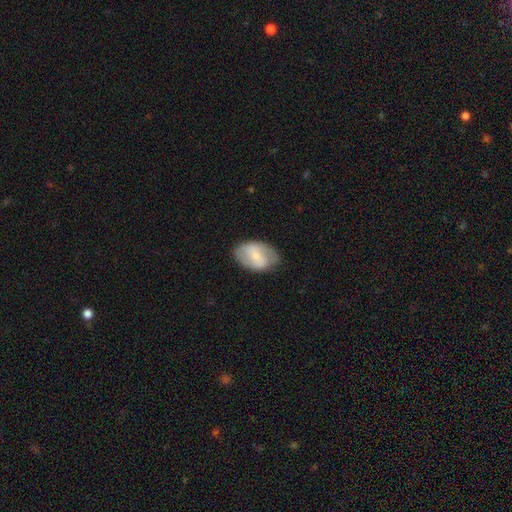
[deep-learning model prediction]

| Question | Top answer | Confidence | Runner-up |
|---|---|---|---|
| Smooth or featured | smooth | 50% | featured or disk (44%) |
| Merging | none | 73% | minor disturbance (19%) |